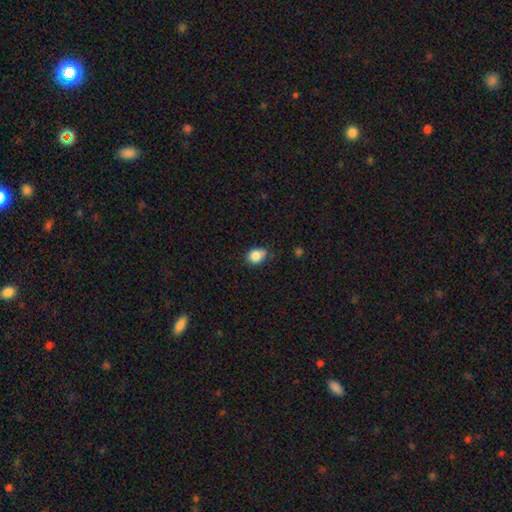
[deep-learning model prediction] A smooth galaxy with no disk features (84%) that is round (52%).

Vote fractions:
- Smooth or featured? smooth: 84% / star or artifact: 10% / featured or disk: 6%
- How rounded? round: 52% / in between: 47% / cigar-shaped: 1%
- Merging? none: 59% / minor disturbance: 31% / major disturbance: 6% / merger: 4%